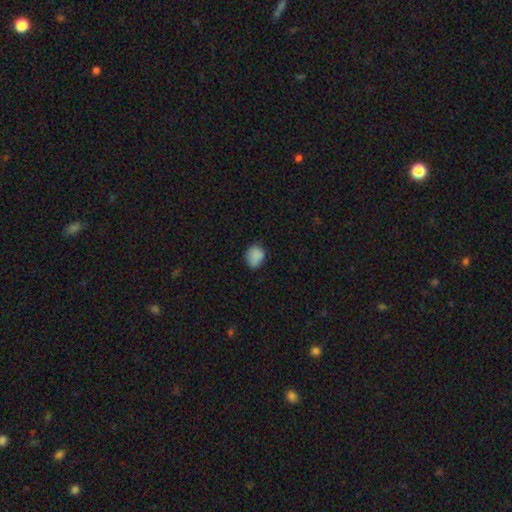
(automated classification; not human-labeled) This appears to be a smooth galaxy with no disk features (85%) that is in between round and cigar-shaped (52%). Merging: none (67%).